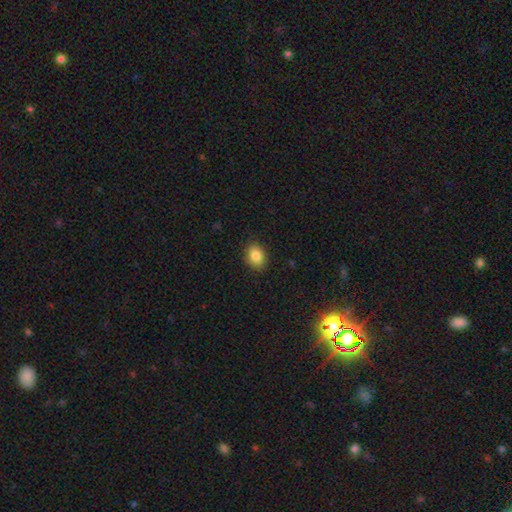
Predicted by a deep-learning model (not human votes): Smooth or featured? smooth (85%)
How rounded? in between (58%)
Merging? none (88%)